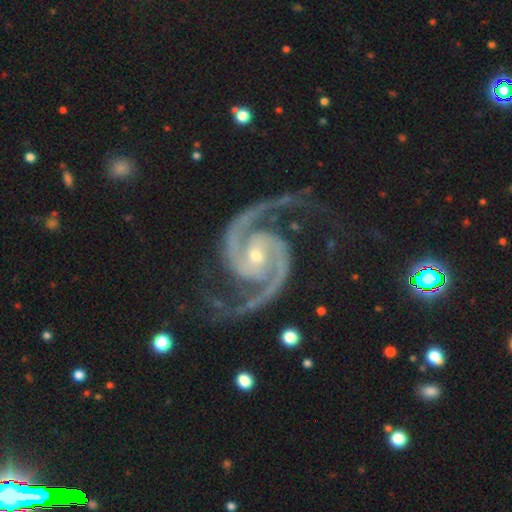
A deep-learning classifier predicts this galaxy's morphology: type=featured or disk (95%); edge-on=no (98%); bar=no (55%); spiral arms=yes (99%); winding=medium (63%); arm count=2 (94%); bulge=small (59%); merging=none (78%).